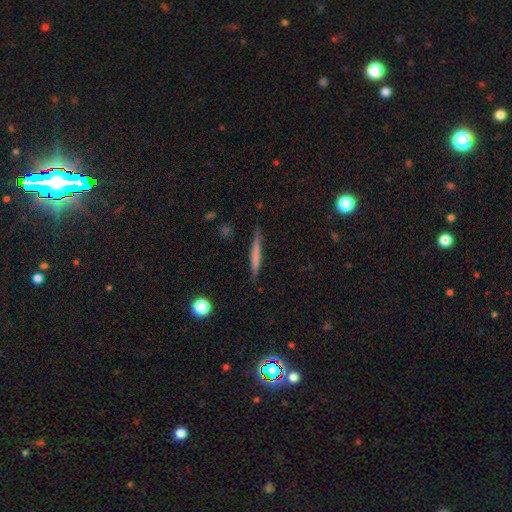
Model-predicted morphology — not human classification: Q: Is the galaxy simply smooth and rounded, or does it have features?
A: smooth — 56%.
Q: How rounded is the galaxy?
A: cigar-shaped — 95%.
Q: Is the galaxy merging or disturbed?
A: none — 87%.